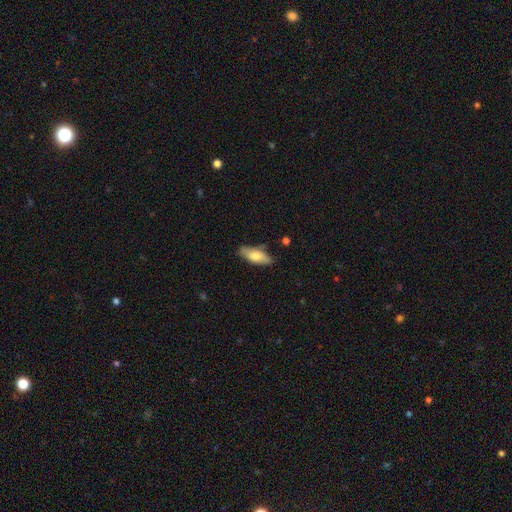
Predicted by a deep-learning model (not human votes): The model was most divided on "how rounded": in between: 72%, cigar-shaped: 26%, round: 2%. More confident: merging — none (75%); smooth or featured — smooth (70%).